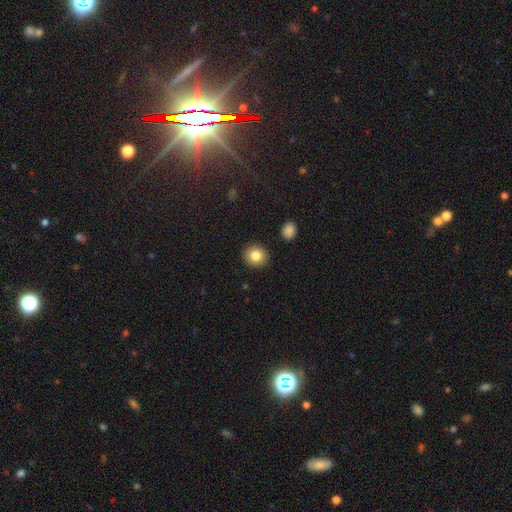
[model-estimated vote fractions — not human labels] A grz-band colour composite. It shows a smooth galaxy with no disk features (84%) that is round (84%). Merging: none (91%).